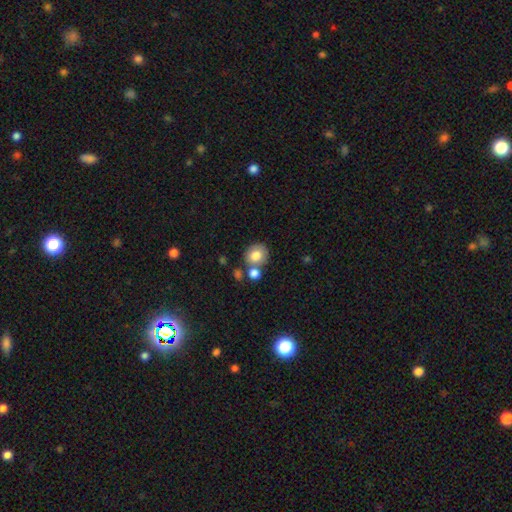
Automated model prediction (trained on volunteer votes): A smooth galaxy with no disk features (77%) that is round (78%). Merging: none (58%).